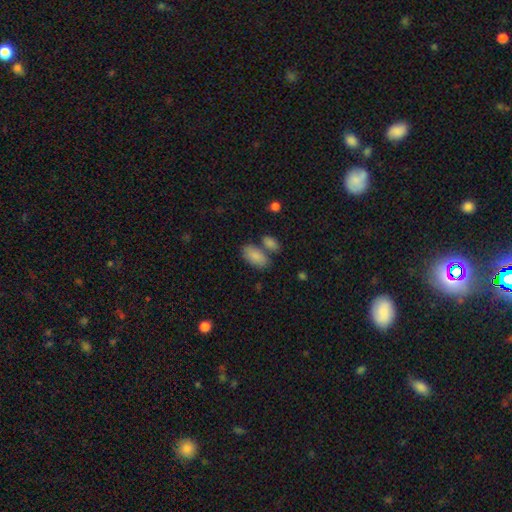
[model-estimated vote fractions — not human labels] The model was most divided on "merging": none: 57%, merger: 22%, minor disturbance: 15%, major disturbance: 5%. More confident: how rounded — in between (93%); smooth or featured — smooth (86%).